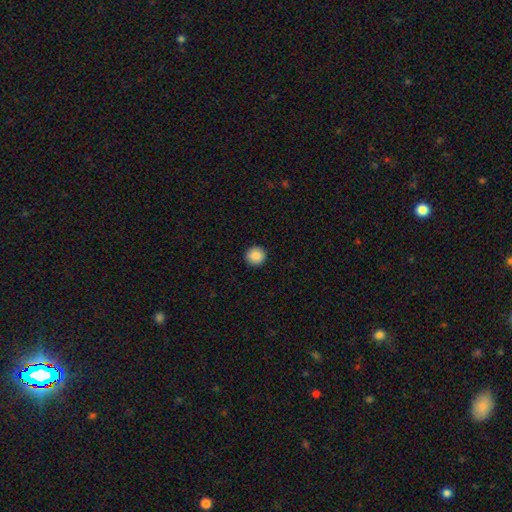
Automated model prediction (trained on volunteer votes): A smooth galaxy with no disk features (89%) that is round (93%). Merging: none (93%).